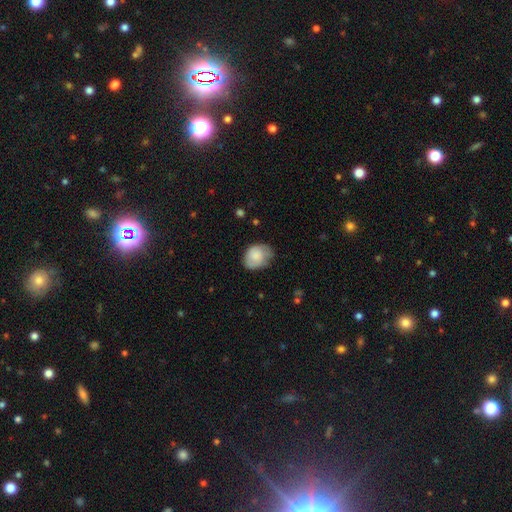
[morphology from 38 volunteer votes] Smooth or featured? 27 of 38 (71%) said smooth. How rounded? 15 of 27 (56%) said in between. Merging? 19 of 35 (54%) said none.